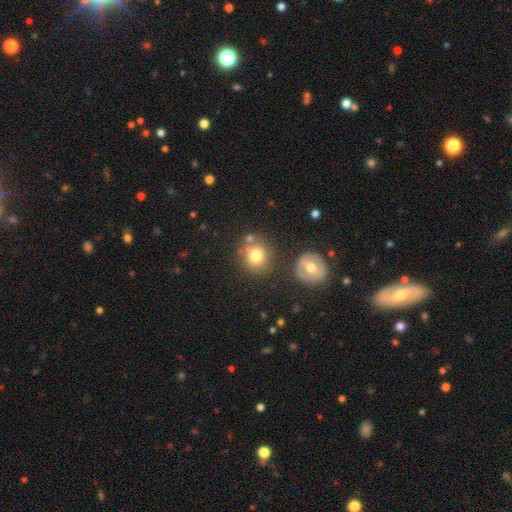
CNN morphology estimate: Q: Smooth or featured?
A: smooth (76%); runner-up: featured or disk (12%)
Q: How rounded?
A: round (84%); runner-up: in between (15%)
Q: Merging?
A: none (71%); runner-up: merger (13%)